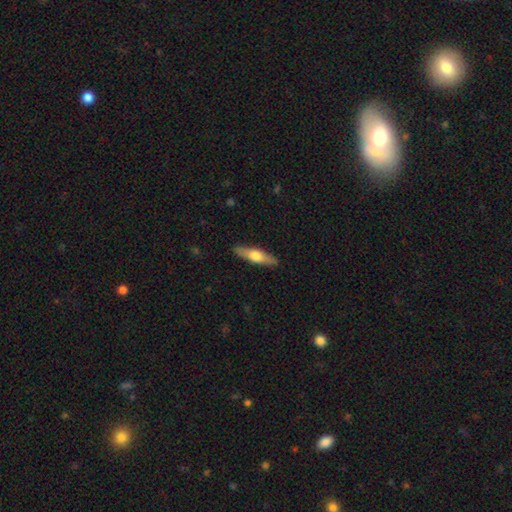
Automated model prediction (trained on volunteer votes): Smooth or featured? featured or disk (49%)
Merging? none (90%)